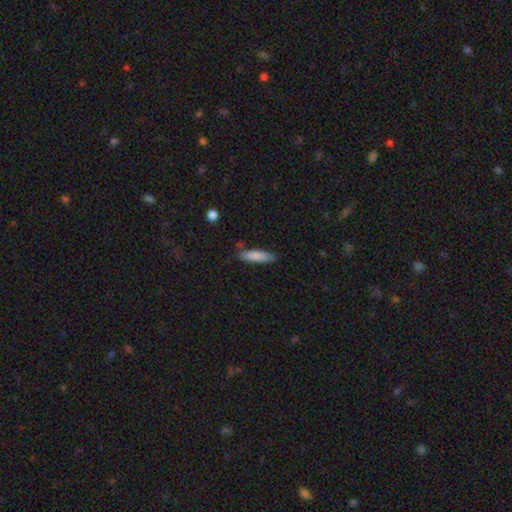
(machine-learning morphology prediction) smooth_or_featured: smooth (p=0.84) [alt: featured or disk p=0.10]
how_rounded: cigar-shaped (p=0.67) [alt: in between p=0.32]
merging: none (p=0.78) [alt: minor disturbance p=0.16]